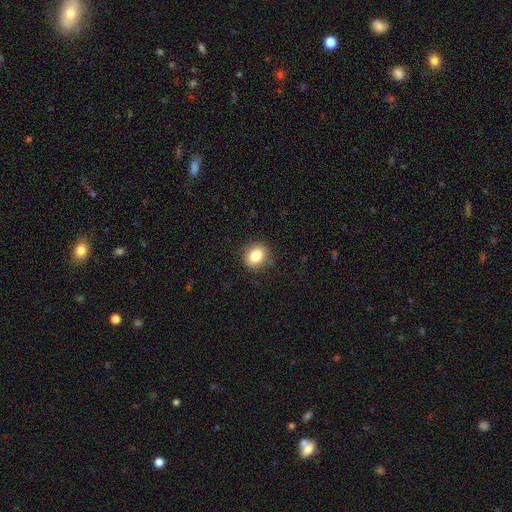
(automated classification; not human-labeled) Smooth or featured? smooth (84%)
How rounded? round (63%)
Merging? none (86%)